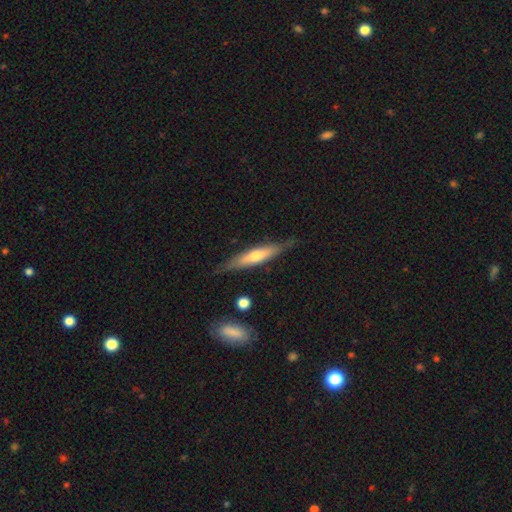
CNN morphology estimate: Smooth or featured?
  - featured or disk: 52% *
  - smooth: 42%
  - star or artifact: 6%
Edge-on disk?
  - yes: 87% *
  - no: 13%
Merging?
  - none: 79% *
  - minor disturbance: 15%
  - major disturbance: 3%
  - merger: 2%